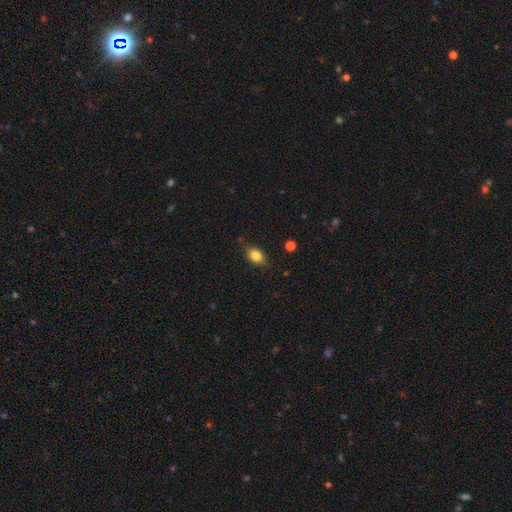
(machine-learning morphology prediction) Smooth or featured?
  - smooth: 82% *
  - featured or disk: 9%
  - star or artifact: 9%
How rounded?
  - in between: 82% *
  - round: 15%
  - cigar-shaped: 3%
Merging?
  - none: 78% *
  - minor disturbance: 17%
  - major disturbance: 3%
  - merger: 2%